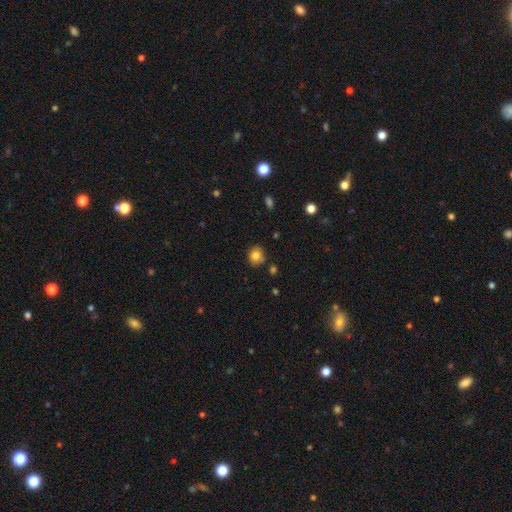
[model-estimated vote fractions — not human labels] Q: Smooth or featured?
A: smooth (80%); runner-up: star or artifact (11%)
Q: How rounded?
A: round (78%); runner-up: in between (21%)
Q: Merging?
A: none (77%); runner-up: minor disturbance (14%)